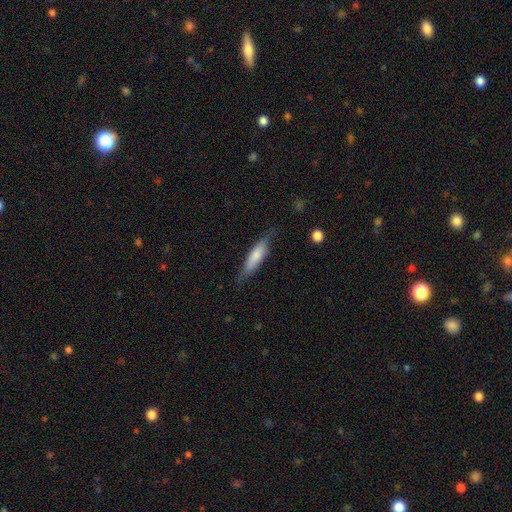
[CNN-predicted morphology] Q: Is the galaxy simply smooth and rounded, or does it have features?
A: smooth — 68%.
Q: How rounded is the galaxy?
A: cigar-shaped — 71%.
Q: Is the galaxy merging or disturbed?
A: none — 72%.